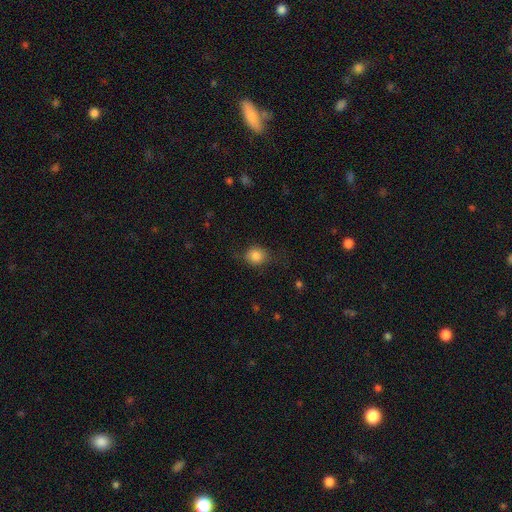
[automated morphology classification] A smooth galaxy with no disk features (83%) that is round (75%).

Vote fractions:
- Smooth or featured? smooth: 83% / star or artifact: 10% / featured or disk: 7%
- How rounded? round: 75% / in between: 24% / cigar-shaped: 1%
- Merging? none: 73% / minor disturbance: 19% / major disturbance: 7% / merger: 1%